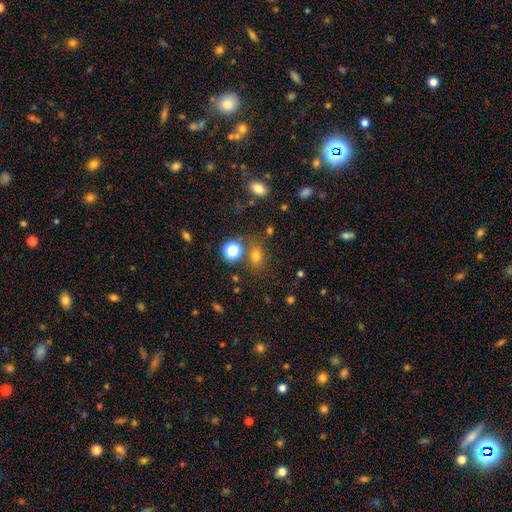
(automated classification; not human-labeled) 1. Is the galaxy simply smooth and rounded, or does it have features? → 71% smooth, 21% star or artifact, 8% featured or disk.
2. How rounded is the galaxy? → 52% in between, 46% round, 2% cigar-shaped.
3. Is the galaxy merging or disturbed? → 73% none, 12% minor disturbance, 10% merger, 5% major disturbance.